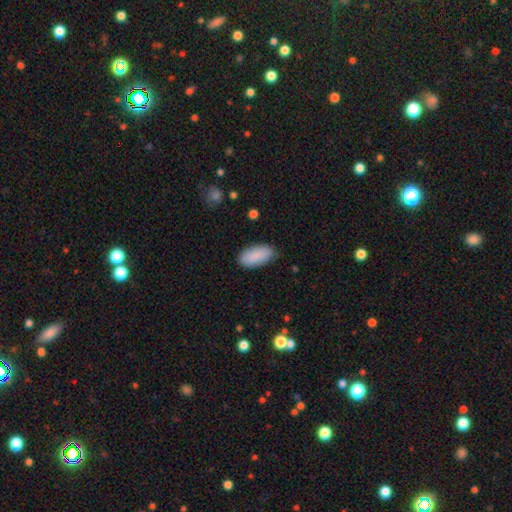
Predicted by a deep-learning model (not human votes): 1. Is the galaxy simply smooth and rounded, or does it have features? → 88% smooth, 6% star or artifact, 5% featured or disk.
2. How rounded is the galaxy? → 92% in between, 6% cigar-shaped, 2% round.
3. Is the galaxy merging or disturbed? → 82% none, 14% minor disturbance, 3% major disturbance, 1% merger.